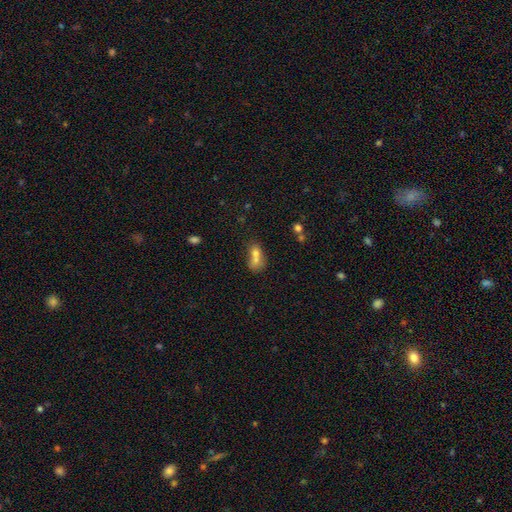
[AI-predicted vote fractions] Smooth or featured? smooth (69%)
How rounded? in between (65%)
Merging? merger (69%)